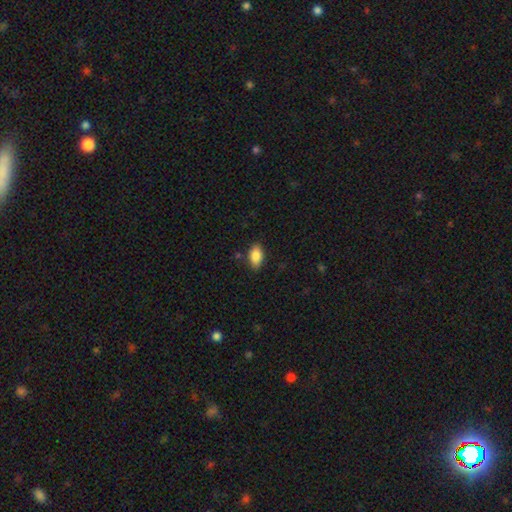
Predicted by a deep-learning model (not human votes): The model was most divided on "merging": none: 85%, minor disturbance: 11%, major disturbance: 2%, merger: 2%. More confident: how rounded — in between (91%); smooth or featured — smooth (86%).